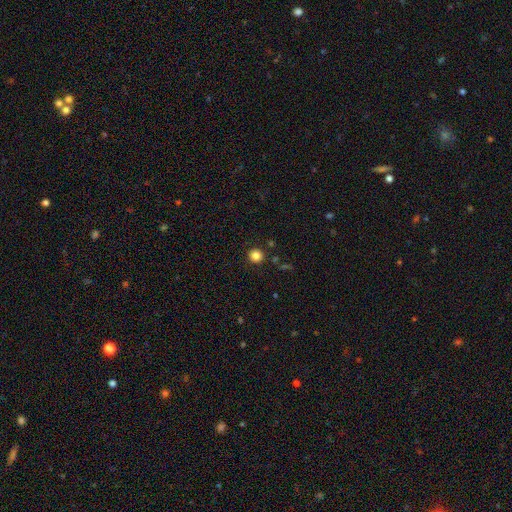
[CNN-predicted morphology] Smooth or featured? smooth (83%)
How rounded? round (93%)
Merging? none (91%)